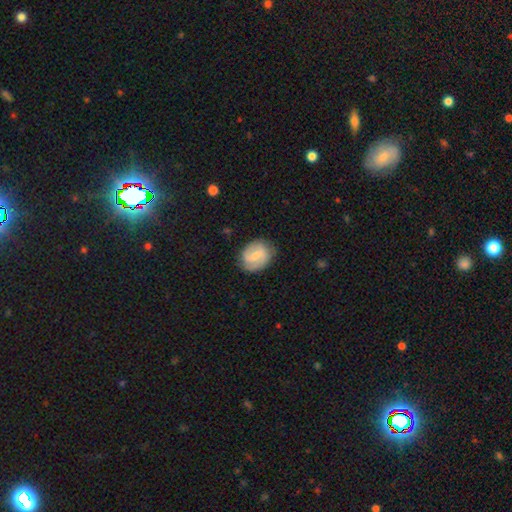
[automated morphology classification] This is likely a featured or disk galaxy (65%). It is clearly not viewed edge-on (98%). Bar: possibly weak (56%). Spiral arm pattern: clearly yes (91%). Spiral arm count: clearly 2 (81%). Spiral winding: possibly medium (46%). Central bulge: possibly small (56%). Merging: likely none (79%).